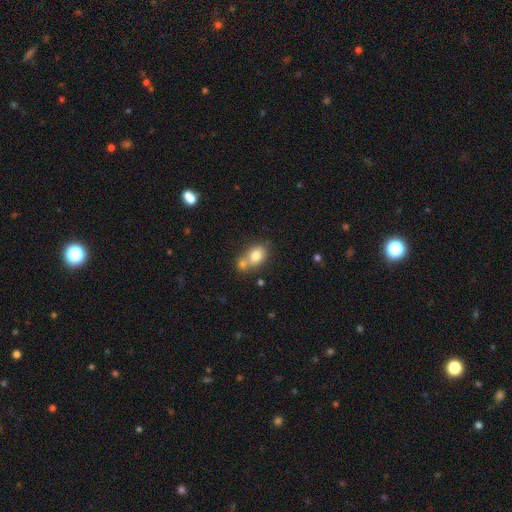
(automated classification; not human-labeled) Smooth or featured: smooth — 77% (featured or disk — 14%)
How rounded: in between — 65% (round — 34%)
Merging: none — 42% (tied with merger — 42%)